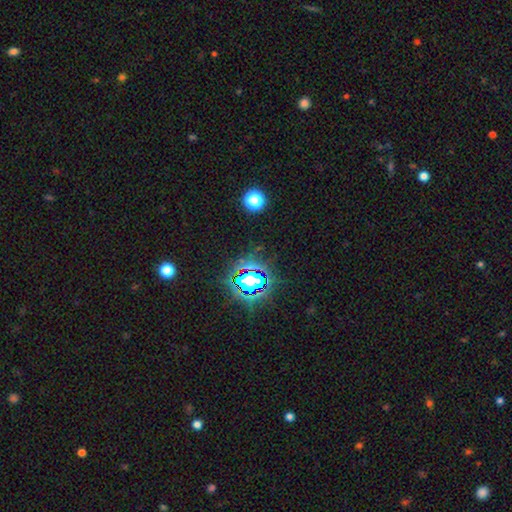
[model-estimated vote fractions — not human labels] Overall: star or artifact (79%).